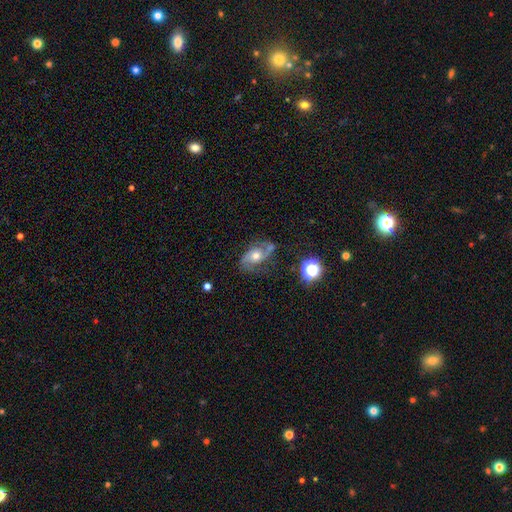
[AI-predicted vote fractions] Q: Smooth or featured?
A: featured or disk (72%); runner-up: smooth (18%)
Q: Edge-on disk?
A: no (96%); runner-up: yes (4%)
Q: Bar?
A: no (69%); runner-up: weak (25%)
Q: Spiral arms?
A: yes (90%); runner-up: no (10%)
Q: Spiral winding?
A: medium (47%); runner-up: loose (36%)
Q: Spiral arm count?
A: 2 (85%); runner-up: can't tell (7%)
Q: Bulge size?
A: moderate (67%); runner-up: small (20%)
Q: Merging?
A: none (57%); runner-up: minor disturbance (22%)